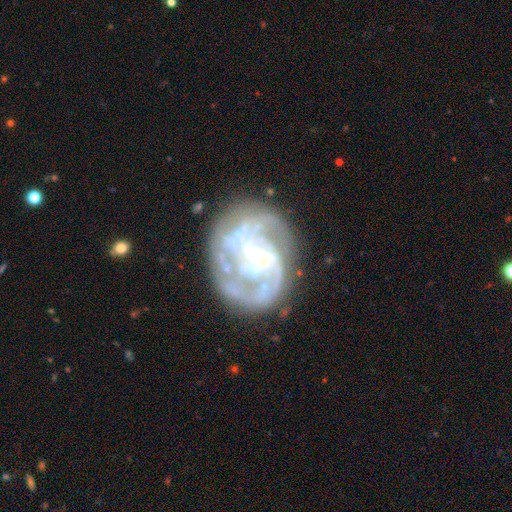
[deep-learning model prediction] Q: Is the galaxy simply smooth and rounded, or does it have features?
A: featured or disk — 86%.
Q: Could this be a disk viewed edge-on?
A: no — 98%.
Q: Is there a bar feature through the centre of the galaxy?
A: weak — 47%.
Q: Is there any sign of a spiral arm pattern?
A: yes — 91%.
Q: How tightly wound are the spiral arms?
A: tight — 42%, tied with medium.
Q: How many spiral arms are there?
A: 2 — 31%.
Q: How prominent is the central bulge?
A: small — 65%.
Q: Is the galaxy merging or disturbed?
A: none — 66%.